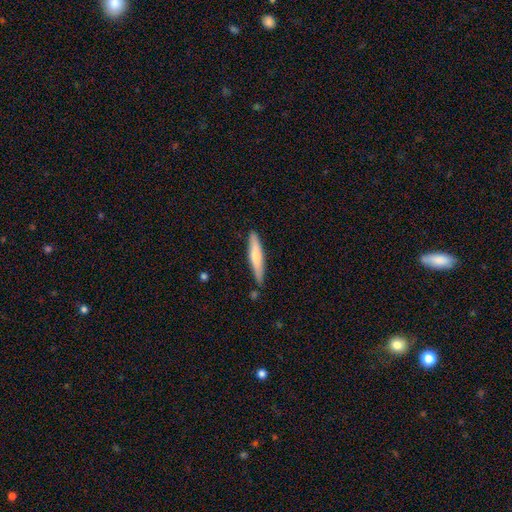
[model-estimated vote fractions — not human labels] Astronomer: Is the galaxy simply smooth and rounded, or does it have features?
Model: smooth — 61%.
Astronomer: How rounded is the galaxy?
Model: cigar-shaped — 90%.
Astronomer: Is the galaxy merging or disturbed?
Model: none — 82%.